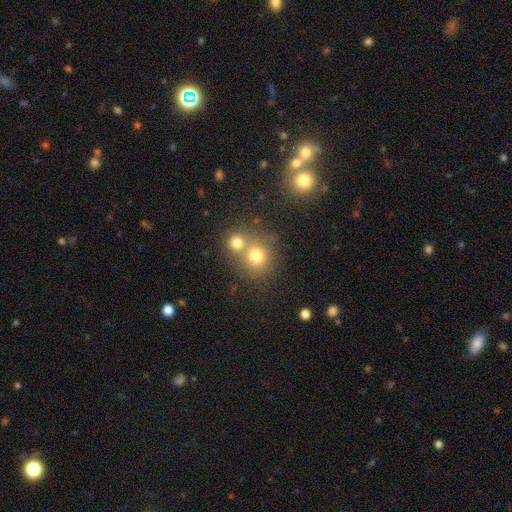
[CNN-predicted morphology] The model was most divided on "merging": none: 47%, merger: 42%, minor disturbance: 8%, major disturbance: 3%. More confident: how rounded — round (83%); smooth or featured — smooth (74%).